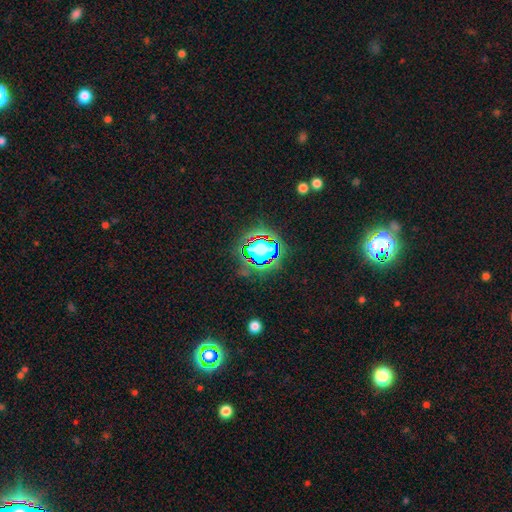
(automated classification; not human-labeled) Q: Smooth or featured?
A: star or artifact (79%); runner-up: smooth (13%)